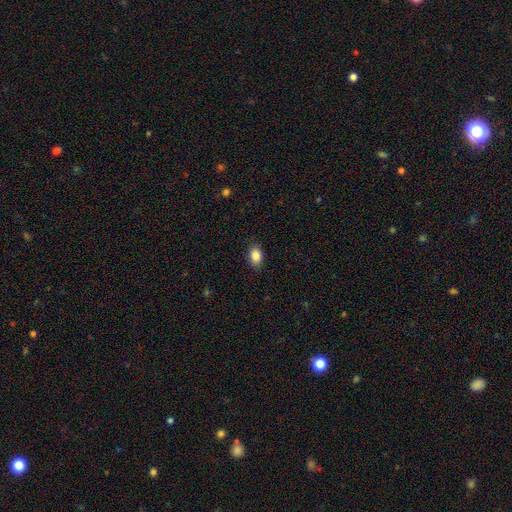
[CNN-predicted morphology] smooth_or_featured: smooth (p=0.87) [alt: star or artifact p=0.08]
how_rounded: in between (p=0.86) [alt: round p=0.13]
merging: none (p=0.88) [alt: minor disturbance p=0.09]